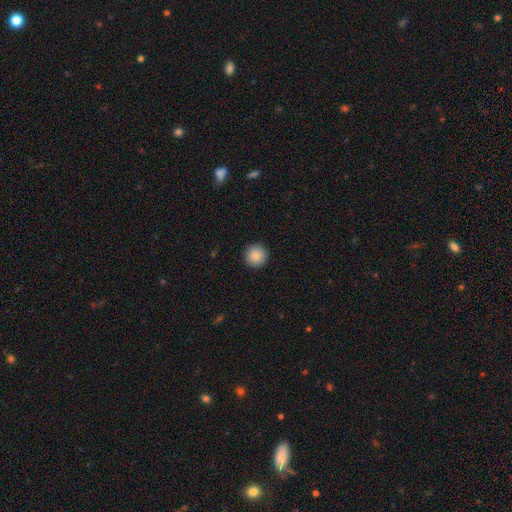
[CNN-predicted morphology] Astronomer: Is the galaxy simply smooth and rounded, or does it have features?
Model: smooth — 87%.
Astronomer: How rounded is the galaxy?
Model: round — 96%.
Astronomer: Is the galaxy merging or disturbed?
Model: none — 93%.